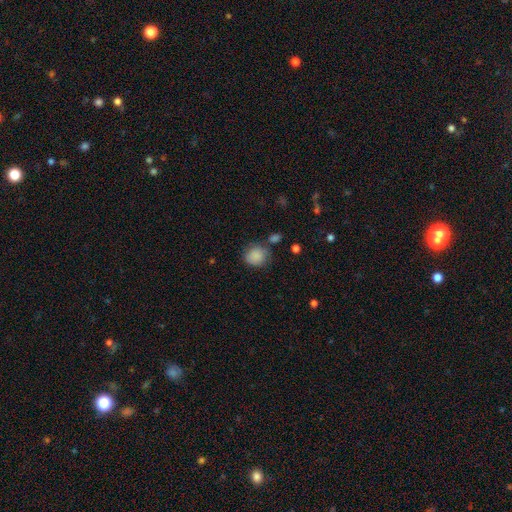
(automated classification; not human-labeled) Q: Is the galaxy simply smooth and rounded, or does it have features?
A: smooth — 87%.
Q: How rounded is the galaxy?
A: round — 80%.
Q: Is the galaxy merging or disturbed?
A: none — 69%.